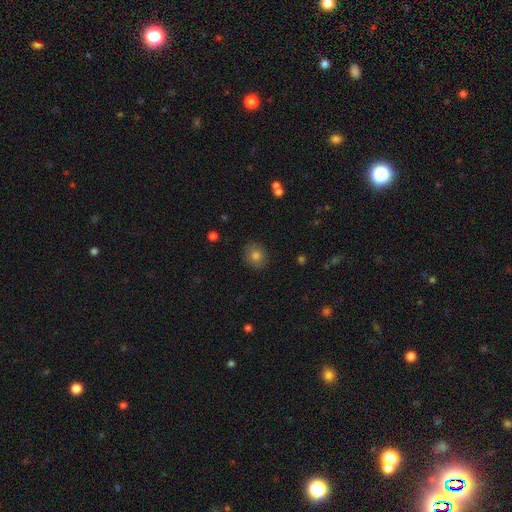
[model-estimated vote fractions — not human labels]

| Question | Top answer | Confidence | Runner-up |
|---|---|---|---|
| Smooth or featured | smooth | 80% | star or artifact (10%) |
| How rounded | round | 71% | in between (28%) |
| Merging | none | 88% | minor disturbance (9%) |